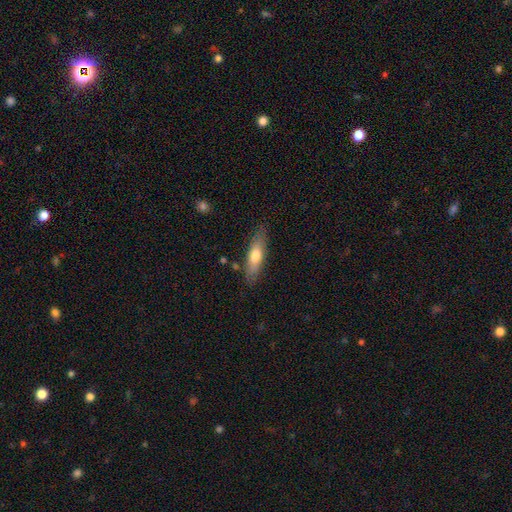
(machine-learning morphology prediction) Overall: smooth (66%; featured or disk 28%). How rounded: cigar-shaped (57%; in between 41%). Merging: none (80%).